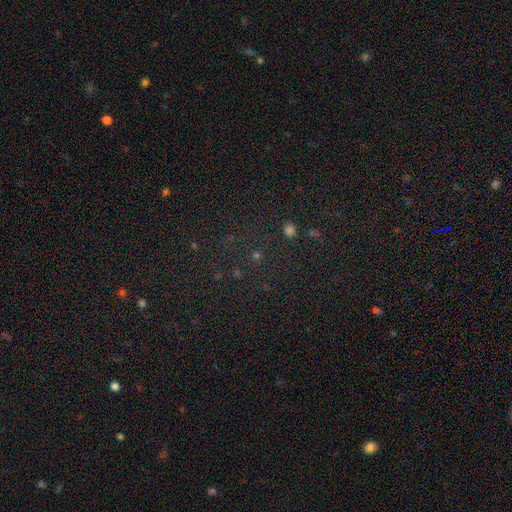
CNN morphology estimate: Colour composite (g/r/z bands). It shows a star or artifact, not a galaxy (65%).